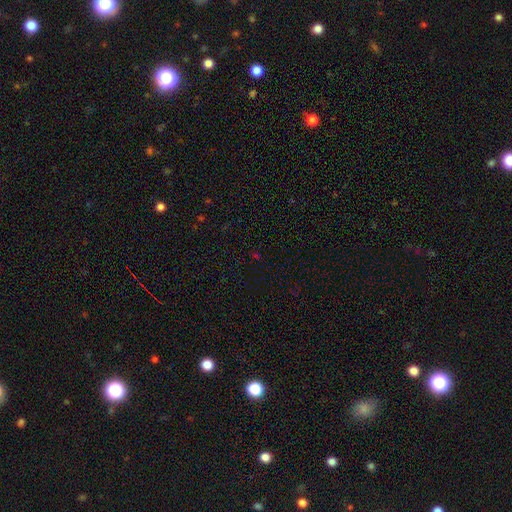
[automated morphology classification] Smooth or featured? star or artifact (66%)